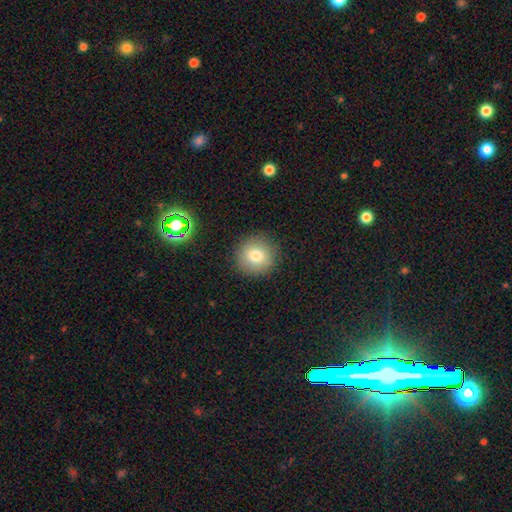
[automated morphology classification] Q: Smooth or featured?
A: smooth (78%); runner-up: star or artifact (11%)
Q: How rounded?
A: round (93%); runner-up: in between (6%)
Q: Merging?
A: none (90%); runner-up: minor disturbance (7%)